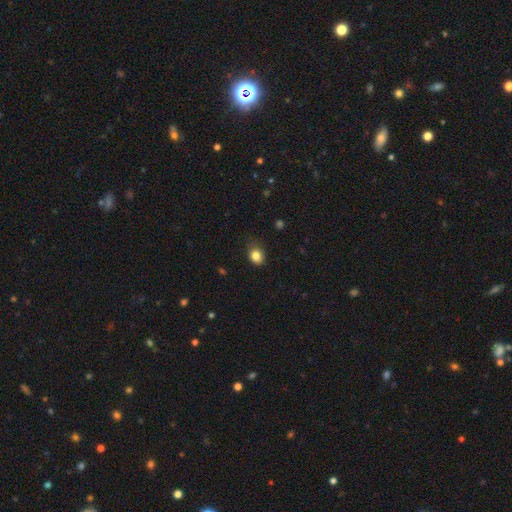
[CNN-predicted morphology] This is clearly a smooth galaxy (83%). How rounded: possibly in between (50%). Merging: likely none (69%).